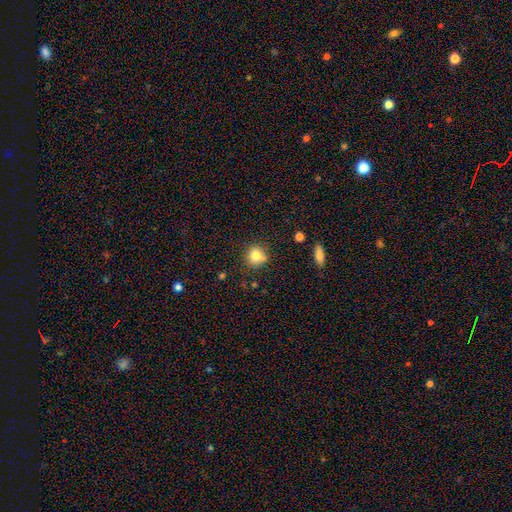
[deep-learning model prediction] Q: Smooth or featured?
A: smooth (79%); runner-up: star or artifact (11%)
Q: How rounded?
A: round (86%); runner-up: in between (13%)
Q: Merging?
A: none (70%); runner-up: minor disturbance (15%)